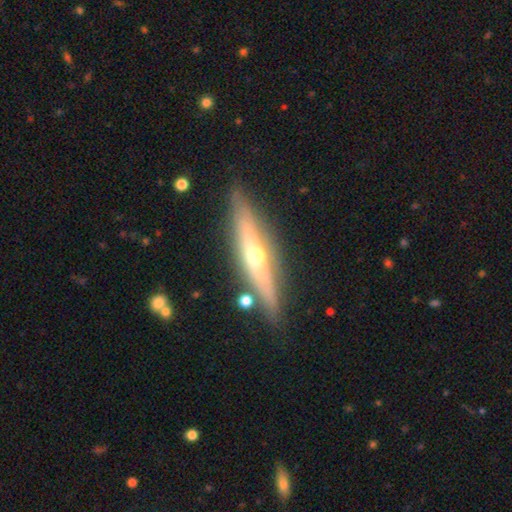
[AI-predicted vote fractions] A featured or disk galaxy (72%) viewed edge-on (90%) with a rounded central bulge (88%). Merging: none (83%).